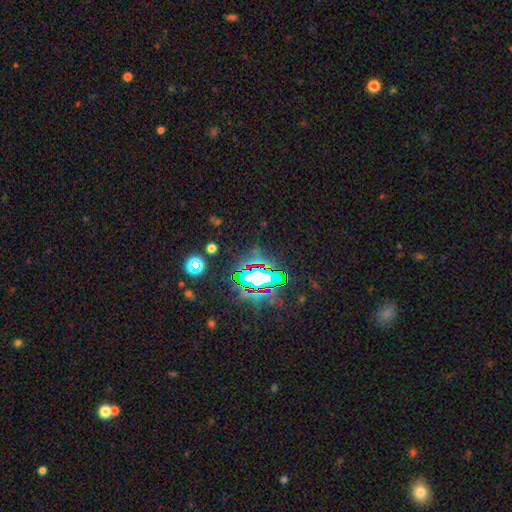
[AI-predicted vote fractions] smooth_or_featured: star or artifact (p=0.83) [alt: smooth p=0.10]